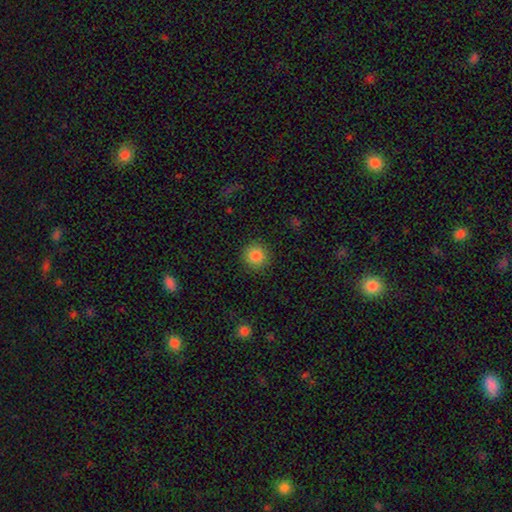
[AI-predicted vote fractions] A smooth galaxy with no disk features (85%) that is round (94%).

Vote fractions:
- Smooth or featured? smooth: 85% / star or artifact: 10% / featured or disk: 5%
- How rounded? round: 94% / in between: 5% / cigar-shaped: 1%
- Merging? none: 90% / minor disturbance: 7% / major disturbance: 2% / merger: 1%